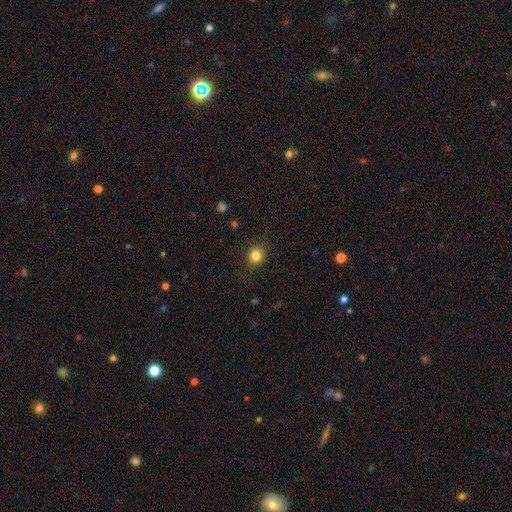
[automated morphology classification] The model was most divided on "how rounded": round: 78%, in between: 21%, cigar-shaped: 1%. More confident: merging — none (87%); smooth or featured — smooth (83%).